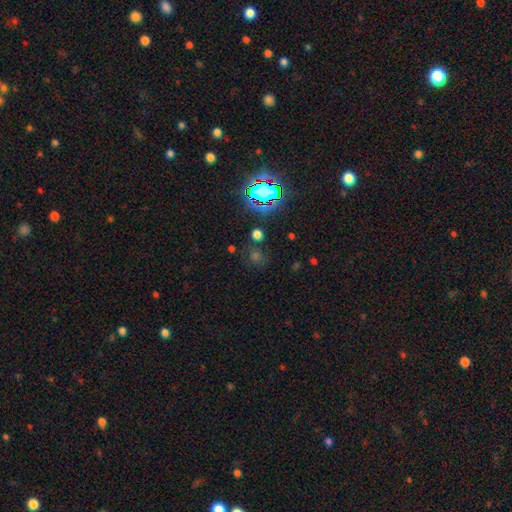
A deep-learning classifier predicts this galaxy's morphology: A star or artifact, not a galaxy (51%).